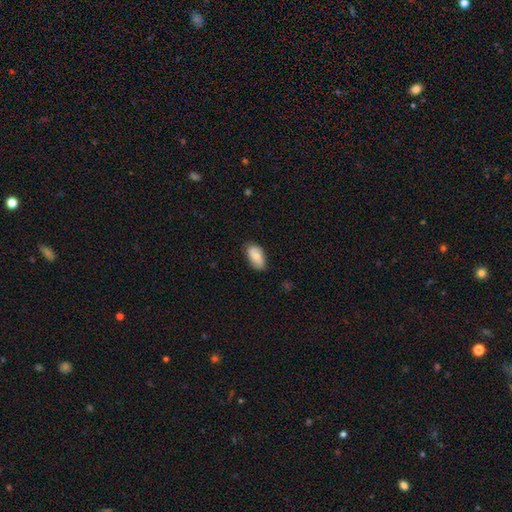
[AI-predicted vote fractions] Morphology: type=smooth (78%); roundness=in between (94%); merging=none (76%).